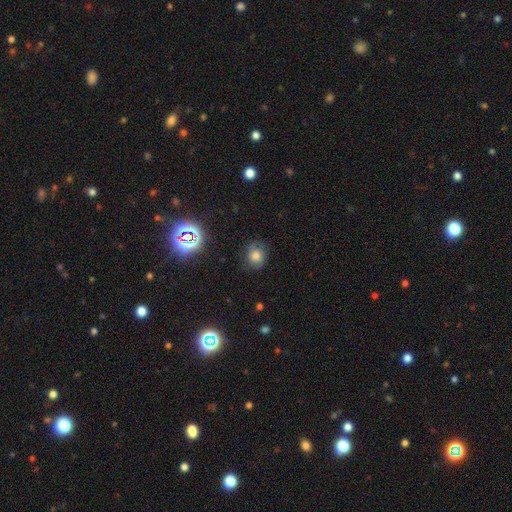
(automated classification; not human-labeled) smooth-or-featured: smooth: 70% | star or artifact: 17% | featured or disk: 13%
  how-rounded: round: 67% | in between: 32% | cigar-shaped: 1%
  merging: none: 74% | minor disturbance: 19% | major disturbance: 6% | merger: 1%